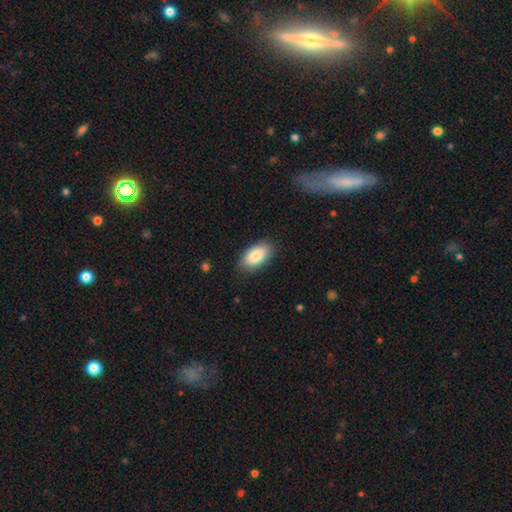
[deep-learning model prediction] Q: Smooth or featured?
A: smooth (86%); runner-up: featured or disk (8%)
Q: How rounded?
A: in between (94%); runner-up: cigar-shaped (3%)
Q: Merging?
A: none (86%); runner-up: minor disturbance (11%)